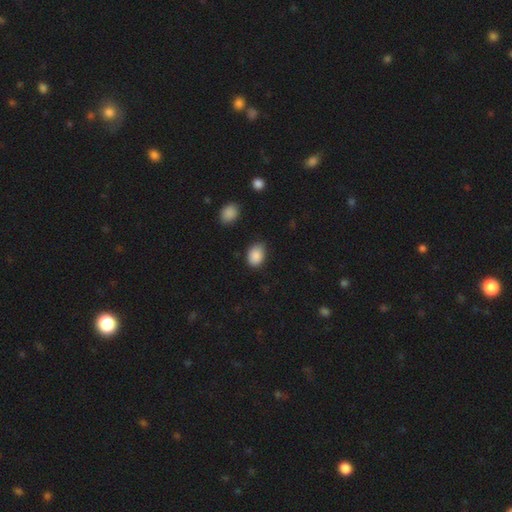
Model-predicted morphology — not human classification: Overall: smooth (88%). How rounded: in between (71%). Merging: none (73%).